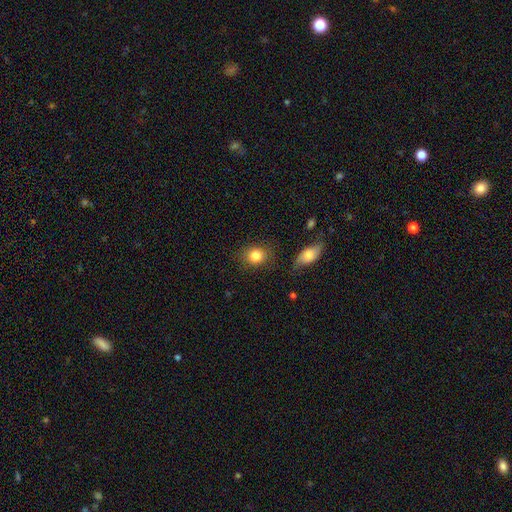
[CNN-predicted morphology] Smooth or featured? Predicted: smooth (p=0.84). How rounded? Predicted: round (p=0.64). Merging? Predicted: none (p=0.80).